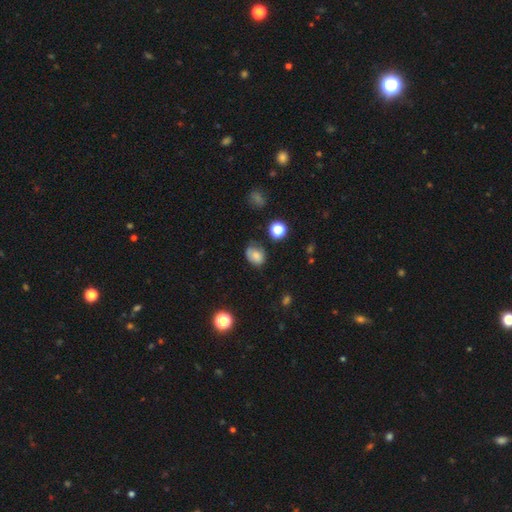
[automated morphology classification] Smooth or featured: smooth — 72% (featured or disk — 16%)
How rounded: in between — 63% (round — 36%)
Merging: none — 56% (minor disturbance — 31%)